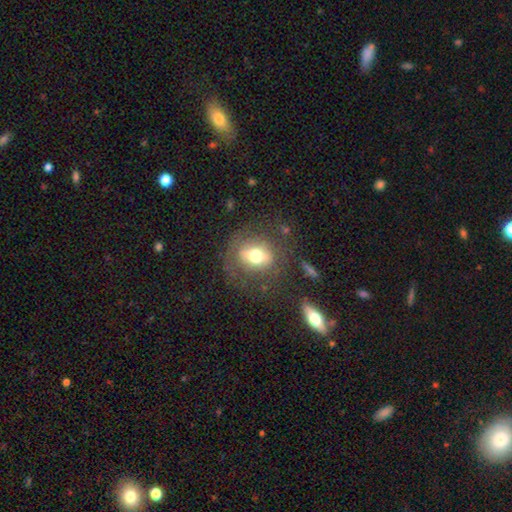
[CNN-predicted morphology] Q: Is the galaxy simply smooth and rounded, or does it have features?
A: smooth — 52%.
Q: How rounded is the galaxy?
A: round — 64%.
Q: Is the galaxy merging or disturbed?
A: none — 71%.